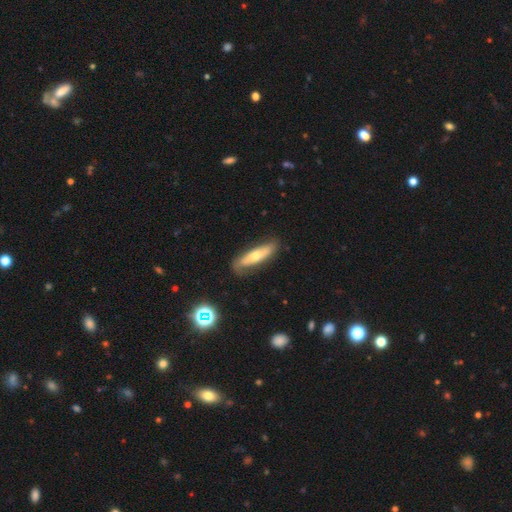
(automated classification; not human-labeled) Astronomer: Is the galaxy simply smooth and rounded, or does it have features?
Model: smooth — 52% (runner-up: featured or disk, 41%).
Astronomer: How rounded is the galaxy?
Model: cigar-shaped — 64%.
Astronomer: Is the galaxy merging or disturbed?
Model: none — 72%.